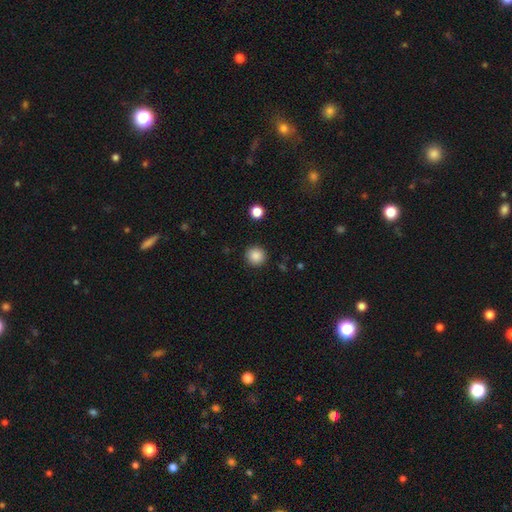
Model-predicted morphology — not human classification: This is clearly a smooth galaxy (87%). How rounded: clearly round (94%). Merging: clearly none (91%).